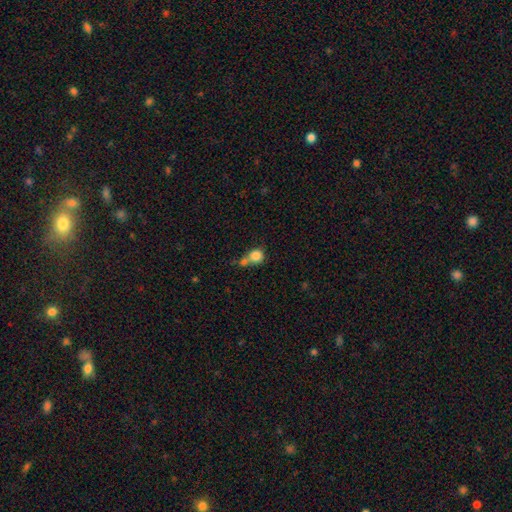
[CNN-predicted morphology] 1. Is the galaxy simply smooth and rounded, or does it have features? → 82% smooth, 10% star or artifact, 8% featured or disk.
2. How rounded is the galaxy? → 83% round, 16% in between, 1% cigar-shaped.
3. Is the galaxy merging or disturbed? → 45% merger, 38% none, 11% minor disturbance, 6% major disturbance.